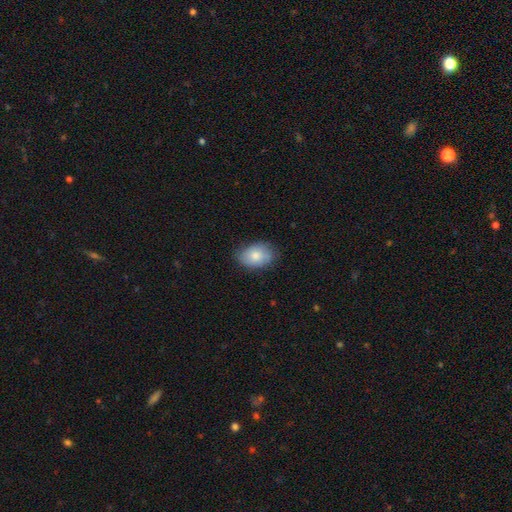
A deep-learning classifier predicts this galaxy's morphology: A smooth galaxy with no disk features (78%) that is in between round and cigar-shaped (81%).

Vote fractions:
- Smooth or featured? smooth: 78% / featured or disk: 15% / star or artifact: 7%
- How rounded? in between: 81% / round: 18% / cigar-shaped: 1%
- Merging? none: 74% / minor disturbance: 21% / major disturbance: 4% / merger: 1%